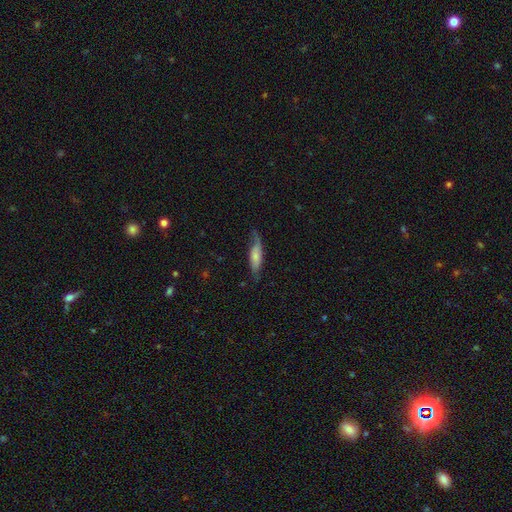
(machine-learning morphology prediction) Smooth or featured?
  - smooth: 60% *
  - featured or disk: 34%
  - star or artifact: 6%
How rounded?
  - cigar-shaped: 52% *
  - in between: 46%
  - round: 2%
Merging?
  - none: 59% *
  - minor disturbance: 29%
  - major disturbance: 10%
  - merger: 2%